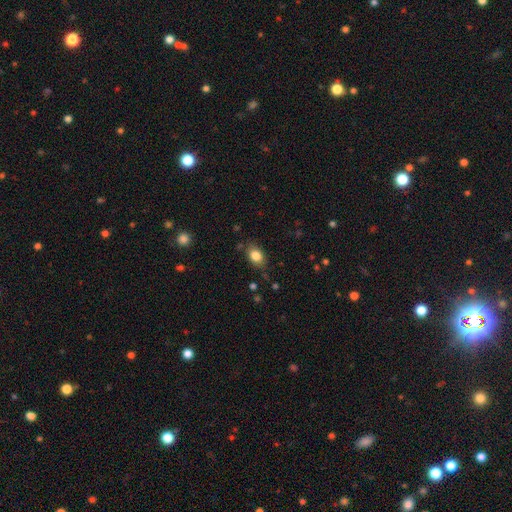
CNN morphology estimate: Smooth or featured? smooth (84%)
How rounded? in between (75%)
Merging? none (79%)